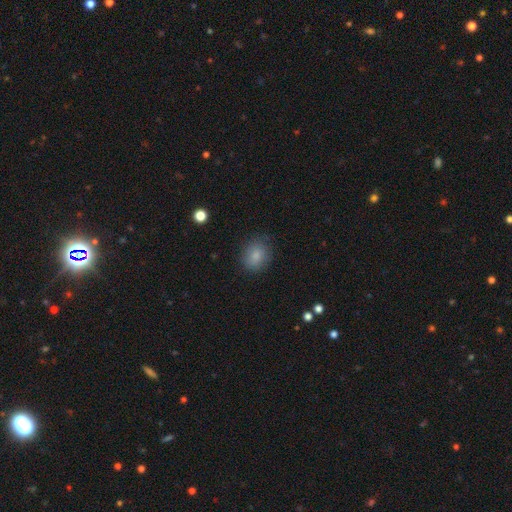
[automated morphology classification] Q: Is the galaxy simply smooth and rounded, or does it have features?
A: smooth — 85%.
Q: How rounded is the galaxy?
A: round — 61%.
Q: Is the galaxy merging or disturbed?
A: none — 82%.